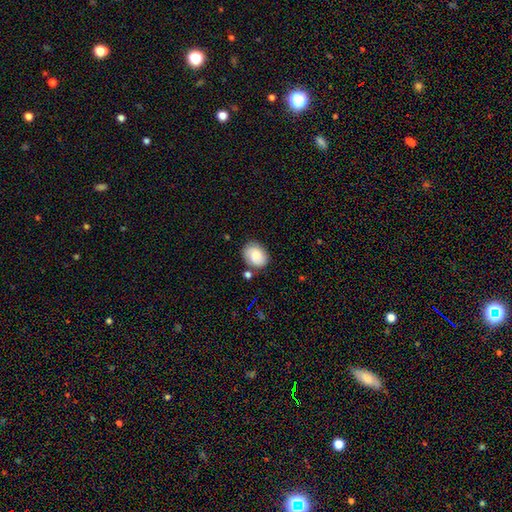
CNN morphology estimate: A smooth galaxy with no disk features (71%) that is in between round and cigar-shaped (65%).

Vote fractions:
- Smooth or featured? smooth: 71% / featured or disk: 21% / star or artifact: 8%
- How rounded? in between: 65% / round: 34% / cigar-shaped: 1%
- Merging? none: 71% / minor disturbance: 18% / merger: 7% / major disturbance: 5%